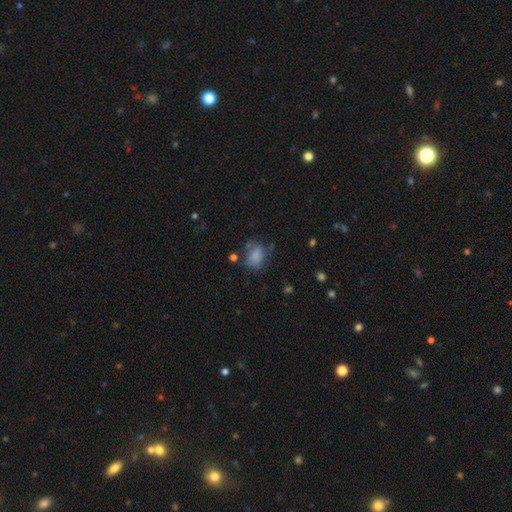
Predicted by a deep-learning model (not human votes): This is likely a smooth galaxy (72%). How rounded: likely in between (70%). Merging: marginally none (42%).